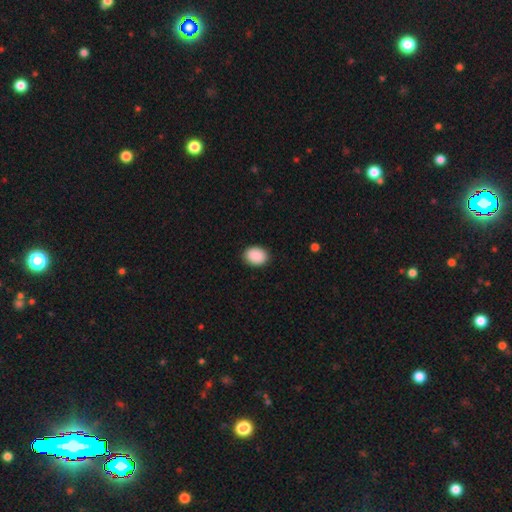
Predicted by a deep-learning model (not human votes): Q: Smooth or featured?
A: smooth (91%); runner-up: star or artifact (7%)
Q: How rounded?
A: in between (68%); runner-up: round (31%)
Q: Merging?
A: none (90%); runner-up: minor disturbance (7%)